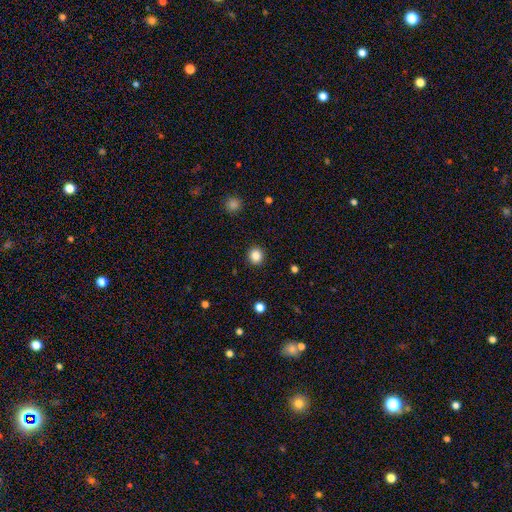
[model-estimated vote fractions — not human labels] This appears to be a smooth galaxy with no disk features (85%) that is round (88%). Merging: none (92%).